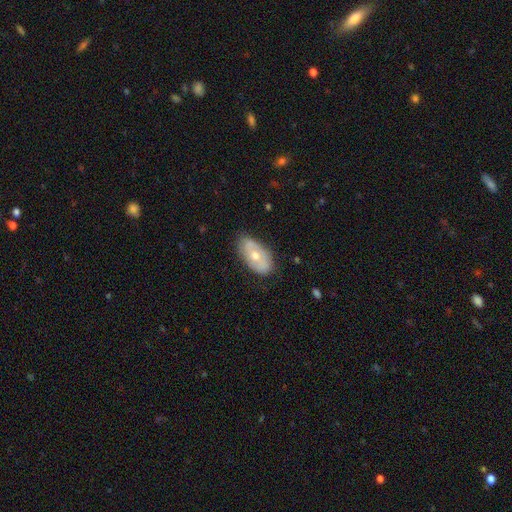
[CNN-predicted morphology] Smooth or featured? Predicted: smooth (p=0.51). How rounded? Predicted: in between (p=0.91). Merging? Predicted: none (p=0.71).